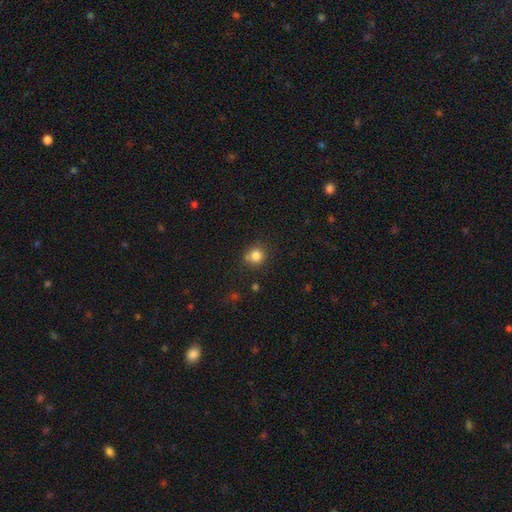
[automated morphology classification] type=smooth (82%); roundness=round (89%); merging=none (75%).